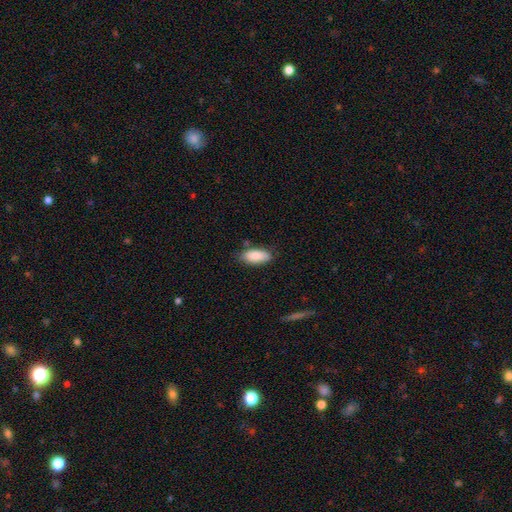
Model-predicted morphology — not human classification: Smooth or featured? Predicted: smooth (p=0.86). How rounded? Predicted: in between (p=0.88). Merging? Predicted: none (p=0.76).